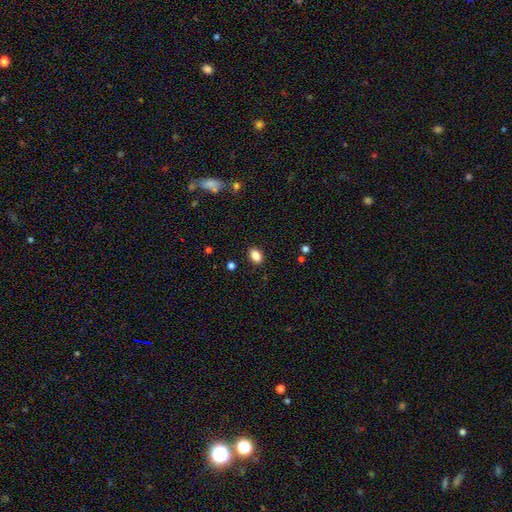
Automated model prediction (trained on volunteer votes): Smooth or featured?
  - smooth: 86% *
  - star or artifact: 9%
  - featured or disk: 4%
How rounded?
  - in between: 80% *
  - round: 19%
  - cigar-shaped: 1%
Merging?
  - none: 89% *
  - minor disturbance: 8%
  - major disturbance: 2%
  - merger: 1%